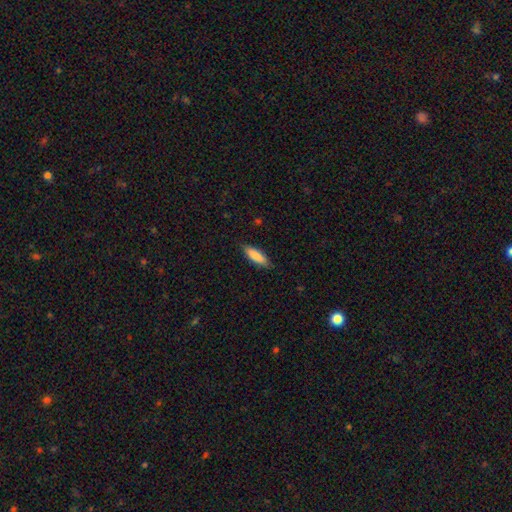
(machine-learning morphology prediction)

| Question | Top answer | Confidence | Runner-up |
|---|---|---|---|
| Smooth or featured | smooth | 85% | featured or disk (9%) |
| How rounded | cigar-shaped | 52% | in between (46%) |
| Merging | none | 84% | minor disturbance (13%) |